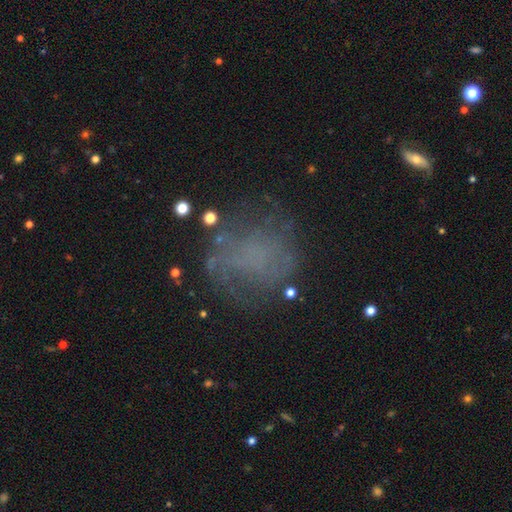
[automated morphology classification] A smooth galaxy with no disk features (43%).

Vote fractions:
- Smooth or featured? smooth: 43% / featured or disk: 31% / star or artifact: 26%
- Merging? none: 64% / minor disturbance: 18% / major disturbance: 15% / merger: 3%